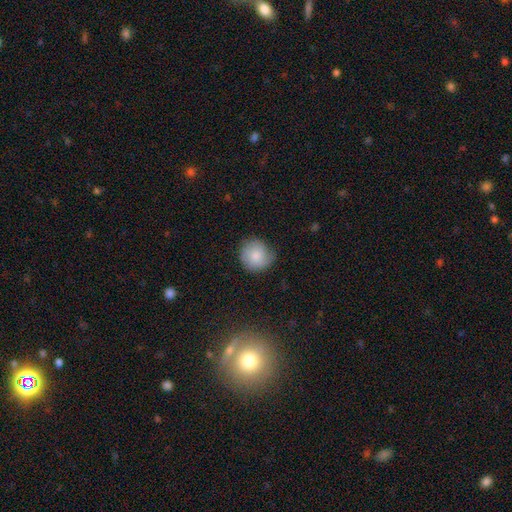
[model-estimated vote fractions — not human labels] Smooth or featured? smooth (79%)
How rounded? round (92%)
Merging? none (75%)